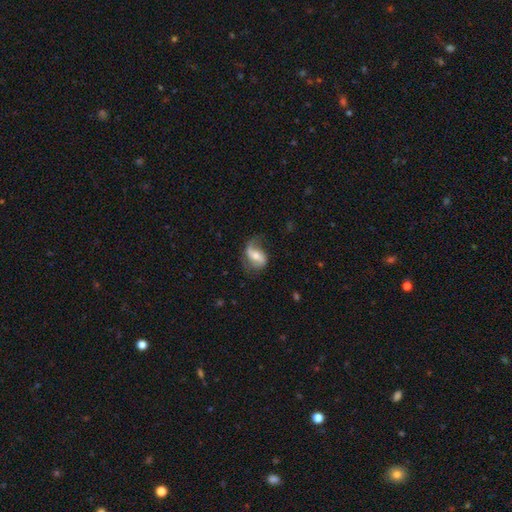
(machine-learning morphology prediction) A featured or disk galaxy (67%) with a weak bar (38%), 2 (76%) loose (62%) spiral arms (87%) and a moderate central bulge (57%).

Vote fractions:
- Smooth or featured? featured or disk: 67% / smooth: 27% / star or artifact: 7%
- Edge-on disk? no: 95% / yes: 5%
- Bar? weak: 38% / strong: 35% / no: 28%
- Spiral arms? yes: 87% / no: 13%
- Spiral winding? loose: 62% / medium: 28% / tight: 10%
- Spiral arm count? 2: 76% / 1: 16% / can't tell: 6% / 3: 1% / 4: 1% / more than 4: 1%
- Bulge size? moderate: 57% / small: 33% / large: 6% / none: 3% / dominant: 1%
- Merging? none: 54% / minor disturbance: 26% / major disturbance: 18% / merger: 2%